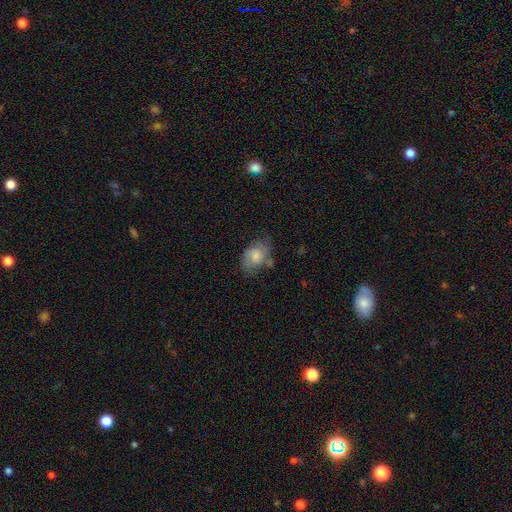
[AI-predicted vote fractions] This is likely a smooth galaxy (64%). How rounded: likely in between (79%). Merging: possibly none (46%).